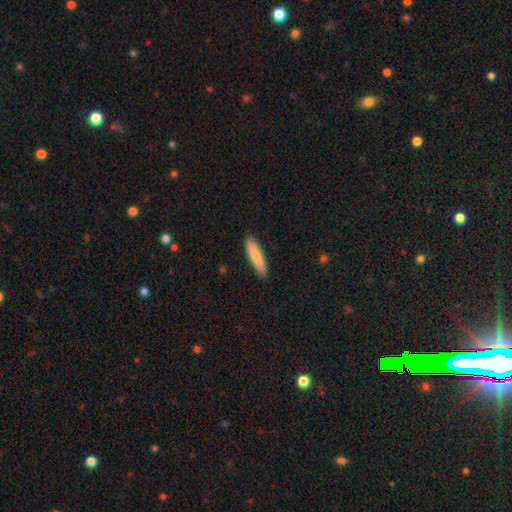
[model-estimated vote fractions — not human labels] Q: Smooth or featured?
A: smooth (81%); runner-up: featured or disk (14%)
Q: How rounded?
A: cigar-shaped (72%); runner-up: in between (27%)
Q: Merging?
A: none (88%); runner-up: minor disturbance (9%)